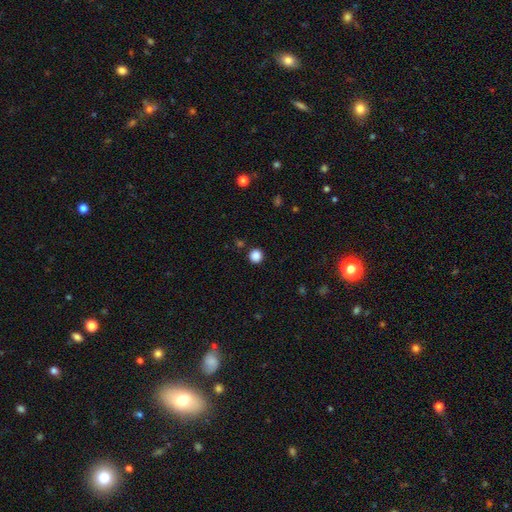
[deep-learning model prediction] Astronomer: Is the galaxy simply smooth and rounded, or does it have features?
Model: smooth — 86%.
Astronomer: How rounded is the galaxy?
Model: round — 94%.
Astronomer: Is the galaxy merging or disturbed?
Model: none — 91%.